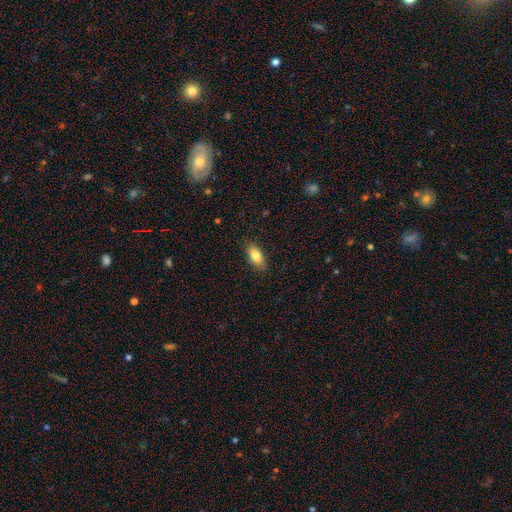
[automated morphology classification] This appears to be a smooth galaxy with no disk features (82%) that is in between round and cigar-shaped (86%). Merging: none (86%).